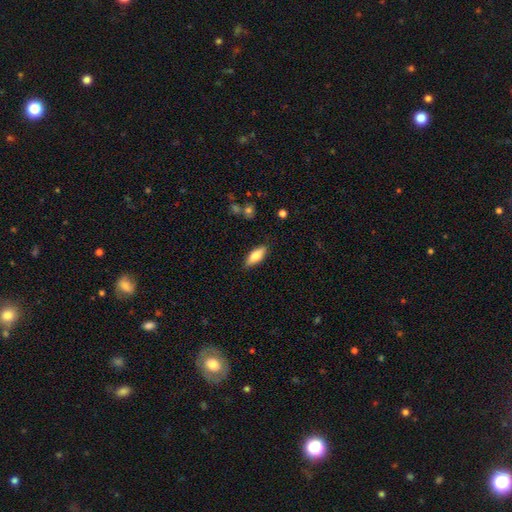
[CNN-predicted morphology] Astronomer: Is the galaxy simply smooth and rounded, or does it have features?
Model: smooth — 72%.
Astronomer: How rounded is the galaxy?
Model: in between — 73%.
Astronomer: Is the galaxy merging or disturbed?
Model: none — 87%.